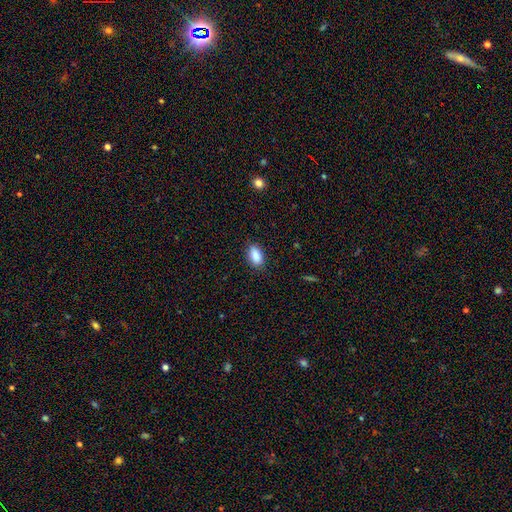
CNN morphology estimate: Smooth or featured: smooth — 89% (star or artifact — 7%)
How rounded: in between — 92% (round — 5%)
Merging: none — 85% (minor disturbance — 11%)